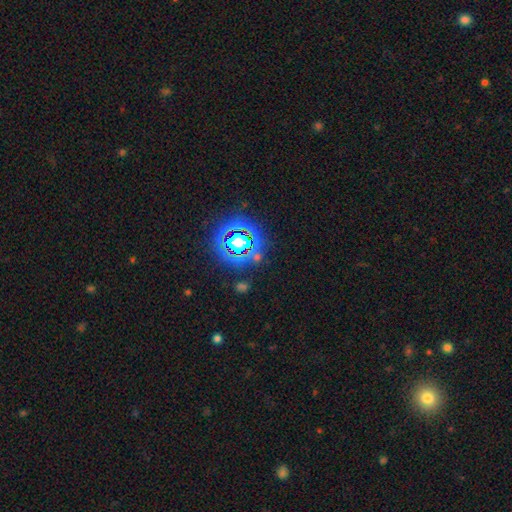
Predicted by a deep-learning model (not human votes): Smooth or featured? Predicted: star or artifact (p=0.73).